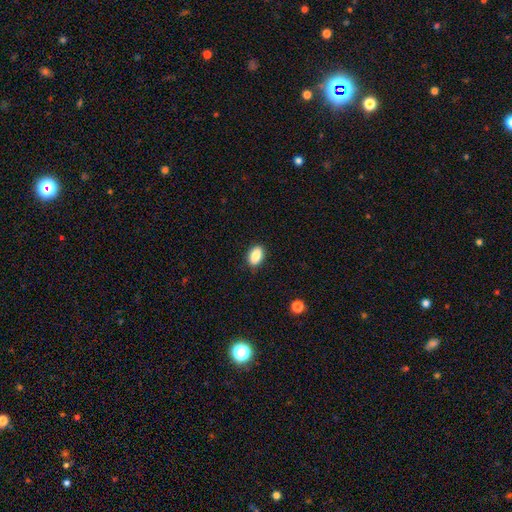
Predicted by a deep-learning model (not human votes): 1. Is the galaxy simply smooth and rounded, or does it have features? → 88% smooth, 8% star or artifact, 4% featured or disk.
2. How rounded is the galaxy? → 89% in between, 9% round, 2% cigar-shaped.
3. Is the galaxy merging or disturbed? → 86% none, 10% minor disturbance, 2% major disturbance, 1% merger.